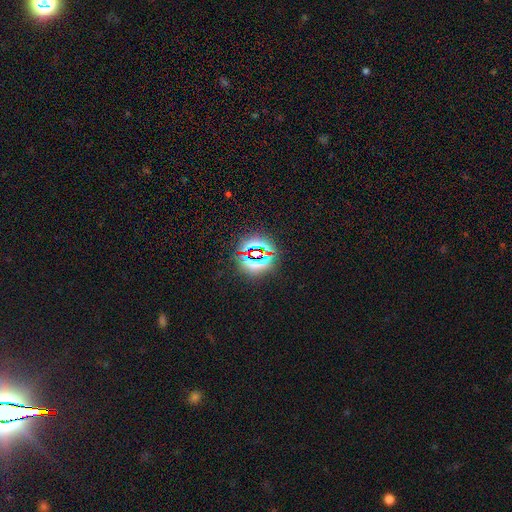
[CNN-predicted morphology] Smooth or featured?
  - star or artifact: 71% *
  - smooth: 20%
  - featured or disk: 9%